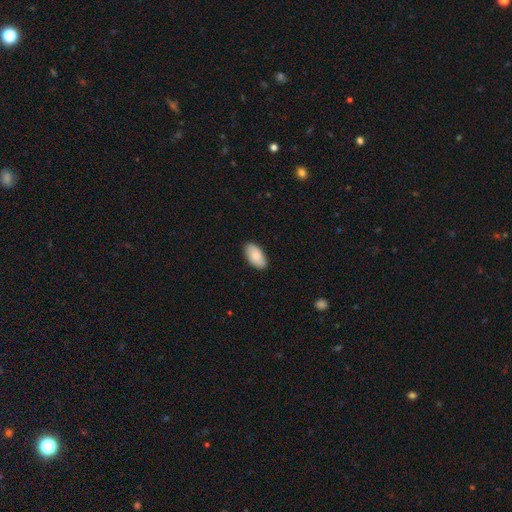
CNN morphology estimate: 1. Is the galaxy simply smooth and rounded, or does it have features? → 86% smooth, 9% featured or disk, 6% star or artifact.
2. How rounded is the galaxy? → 95% in between, 3% cigar-shaped, 2% round.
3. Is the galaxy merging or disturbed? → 87% none, 10% minor disturbance, 2% major disturbance, 1% merger.